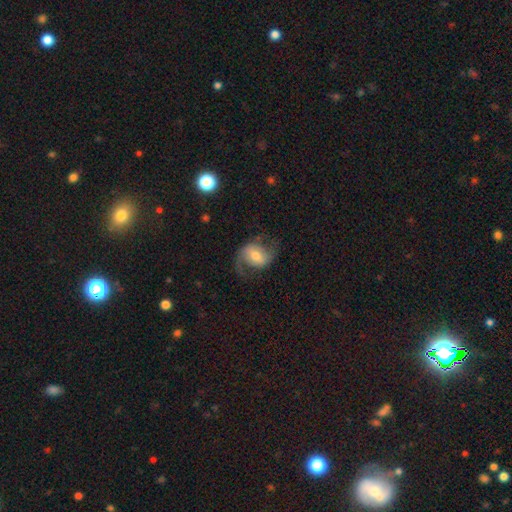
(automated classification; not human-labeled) Smooth or featured: featured or disk — 69% (smooth — 24%)
Edge-on disk: no — 97% (yes — 3%)
Bar: weak — 43% (no — 33%)
Spiral arms: yes — 89% (no — 11%)
Spiral winding: loose — 50% (medium — 40%)
Spiral arm count: 2 — 83% (1 — 10%)
Bulge size: moderate — 61% (small — 26%)
Merging: none — 64% (minor disturbance — 18%)